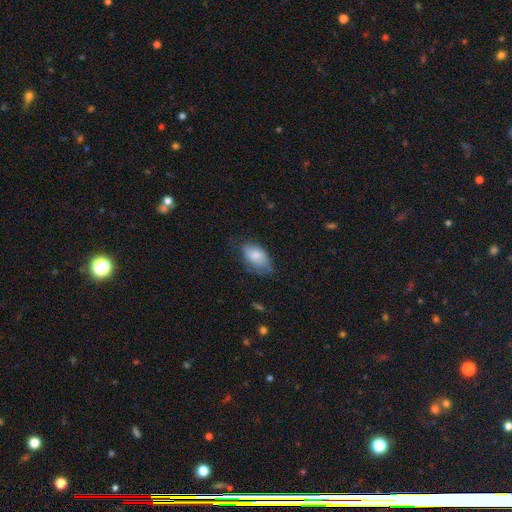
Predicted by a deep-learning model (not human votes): A smooth galaxy with no disk features (79%) that is in between round and cigar-shaped (93%).

Vote fractions:
- Smooth or featured? smooth: 79% / featured or disk: 14% / star or artifact: 7%
- How rounded? in between: 93% / round: 5% / cigar-shaped: 2%
- Merging? none: 58% / minor disturbance: 31% / major disturbance: 9% / merger: 2%